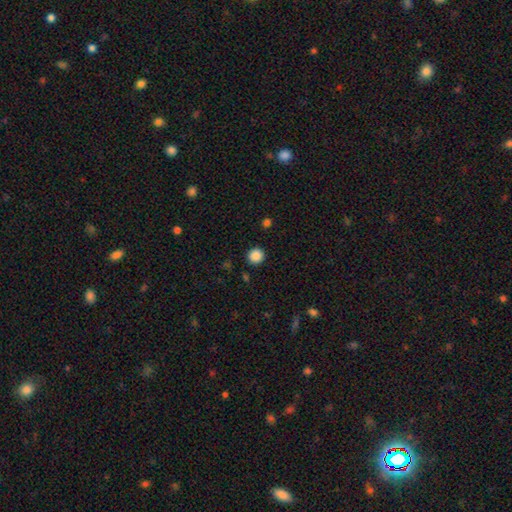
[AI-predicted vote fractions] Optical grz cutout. It shows a smooth galaxy with no disk features (87%) that is round (92%). Merging: none (91%).